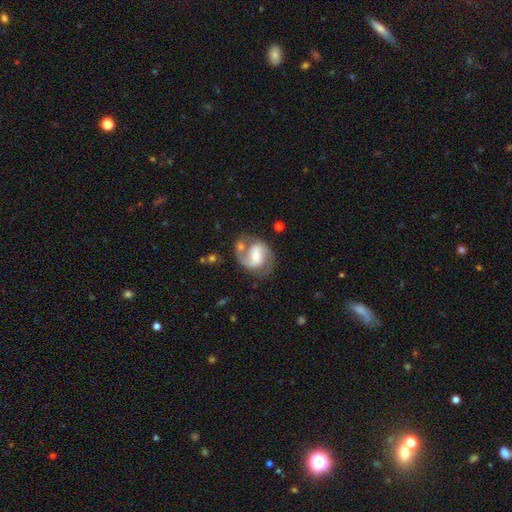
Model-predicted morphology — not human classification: This appears to be a featured or disk galaxy (77%) with a weak bar (44%), 2 (82%) medium (52%) spiral arms (92%) and a moderate central bulge (48%). Merging: none (56%).